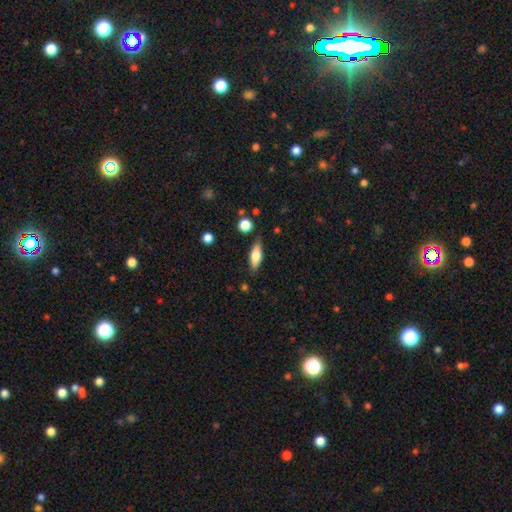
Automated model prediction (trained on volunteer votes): This appears to be a smooth galaxy with no disk features (64%) that is in between round and cigar-shaped (60%). Merging: none (83%).